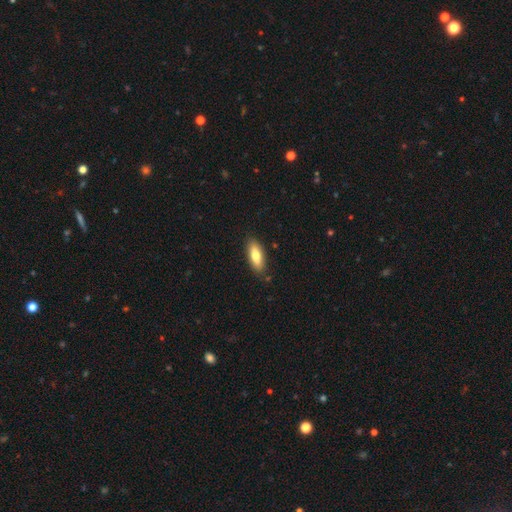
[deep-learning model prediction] smooth-or-featured: smooth: 74% | featured or disk: 20% | star or artifact: 6%
  how-rounded: in between: 69% | cigar-shaped: 29% | round: 2%
  merging: none: 86% | minor disturbance: 11% | major disturbance: 2% | merger: 2%